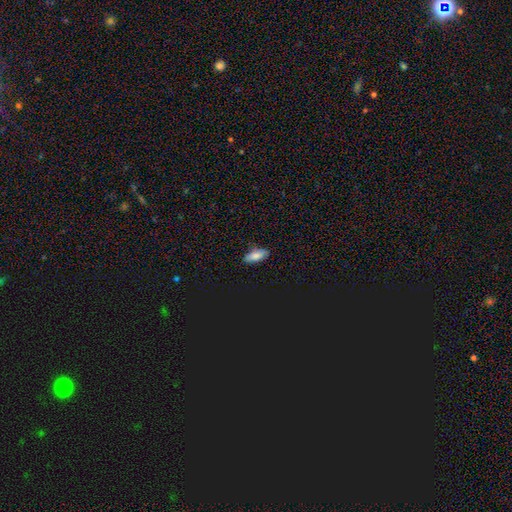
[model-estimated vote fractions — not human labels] This appears to be a smooth galaxy with no disk features (78%) that is in between round and cigar-shaped (83%). Merging: none (82%).